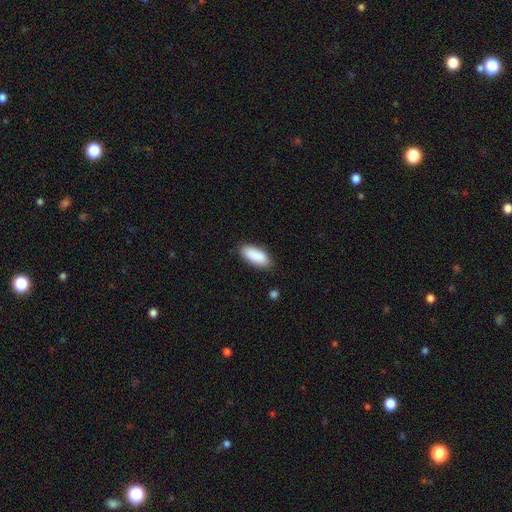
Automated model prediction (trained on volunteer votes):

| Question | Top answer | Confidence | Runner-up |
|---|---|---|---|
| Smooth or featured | smooth | 90% | star or artifact (6%) |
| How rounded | in between | 84% | cigar-shaped (14%) |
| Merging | none | 85% | minor disturbance (11%) |